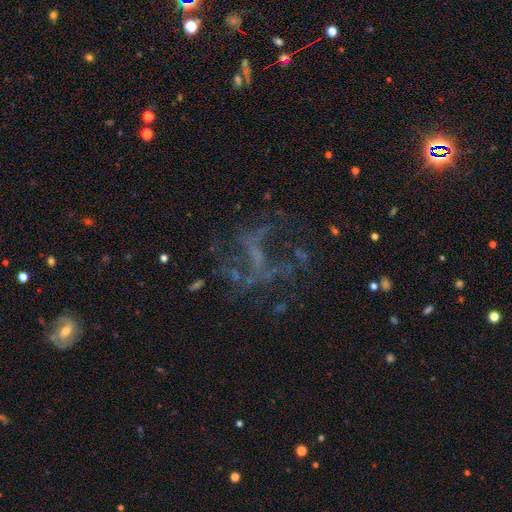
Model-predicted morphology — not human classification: A featured or disk galaxy (51%).

Vote fractions:
- Smooth or featured? featured or disk: 51% / star or artifact: 36% / smooth: 13%
- Edge-on disk? no: 96% / yes: 4%
- Merging? none: 47% / major disturbance: 34% / minor disturbance: 14% / merger: 5%